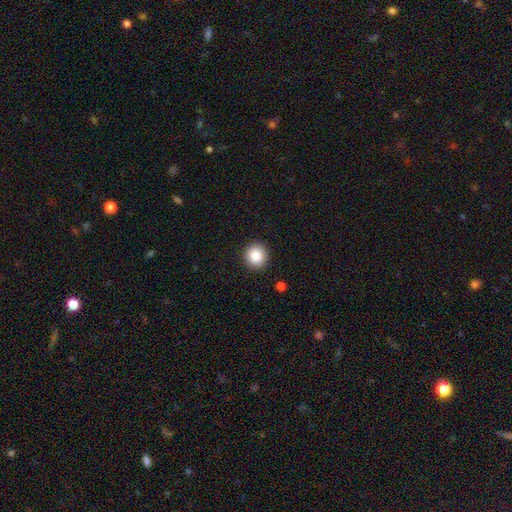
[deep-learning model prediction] smooth-or-featured: smooth: 87% | star or artifact: 9% | featured or disk: 4%
  how-rounded: round: 91% | in between: 8% | cigar-shaped: 1%
  merging: none: 92% | minor disturbance: 5% | major disturbance: 2% | merger: 1%